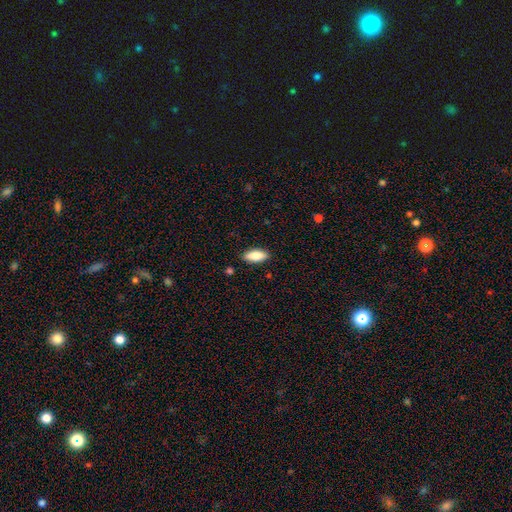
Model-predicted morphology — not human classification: Smooth or featured? Predicted: smooth (p=0.81). How rounded? Predicted: in between (p=0.80). Merging? Predicted: none (p=0.88).